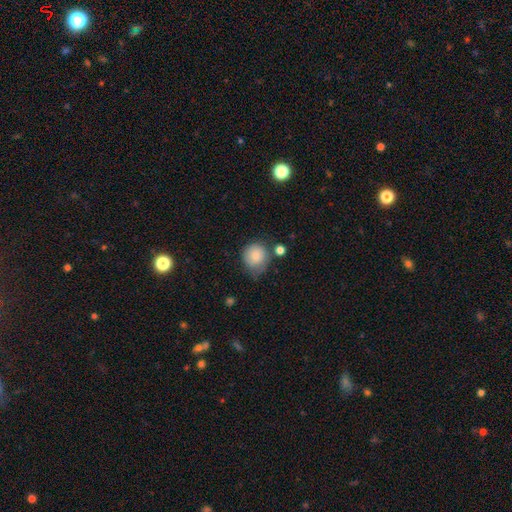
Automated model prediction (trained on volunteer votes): This is clearly a smooth galaxy (82%). How rounded: clearly round (83%). Merging: possibly none (54%).